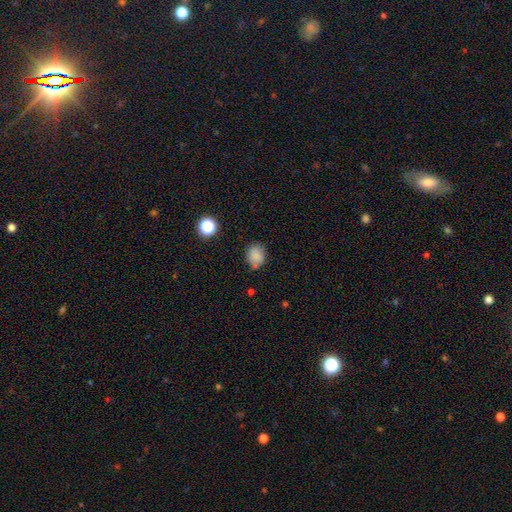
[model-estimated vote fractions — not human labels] Q: Smooth or featured?
A: smooth (81%); runner-up: star or artifact (12%)
Q: How rounded?
A: round (58%); runner-up: in between (41%)
Q: Merging?
A: none (67%); runner-up: minor disturbance (22%)